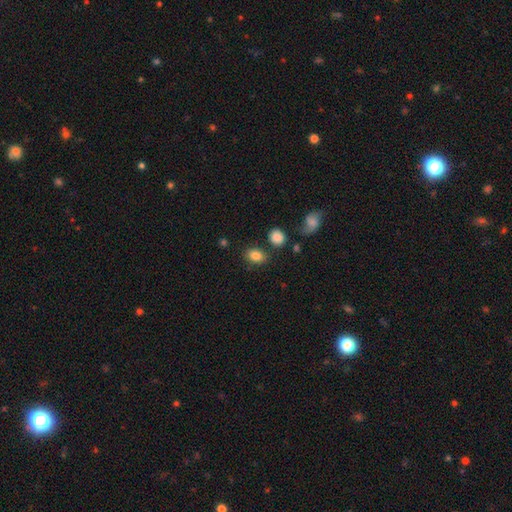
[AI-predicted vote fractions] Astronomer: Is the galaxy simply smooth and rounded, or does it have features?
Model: smooth — 84%.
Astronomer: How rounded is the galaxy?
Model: in between — 74%.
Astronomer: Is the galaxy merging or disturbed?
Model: none — 77%.